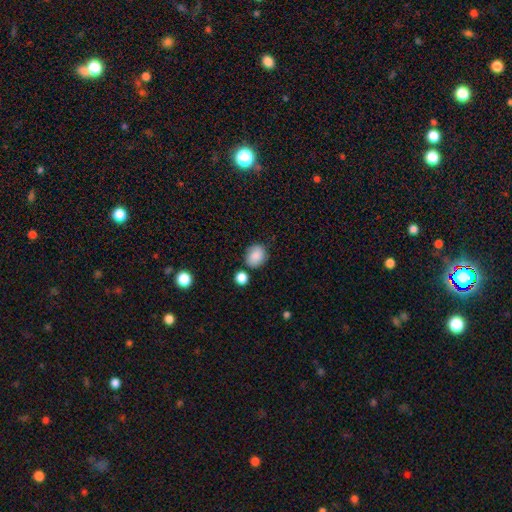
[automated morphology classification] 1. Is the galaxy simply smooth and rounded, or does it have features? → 84% smooth, 9% star or artifact, 8% featured or disk.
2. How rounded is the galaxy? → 65% round, 34% in between, 1% cigar-shaped.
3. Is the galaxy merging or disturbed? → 75% none, 15% minor disturbance, 6% merger, 4% major disturbance.